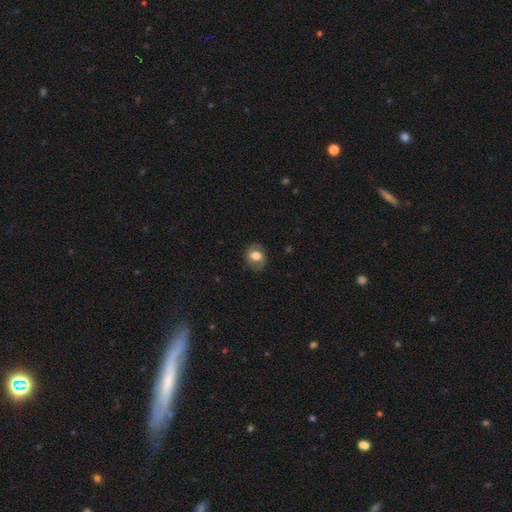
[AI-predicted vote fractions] smooth_or_featured: smooth (p=0.60) [alt: featured or disk p=0.31]
how_rounded: round (p=0.54) [alt: in between p=0.45]
merging: none (p=0.78) [alt: minor disturbance p=0.16]